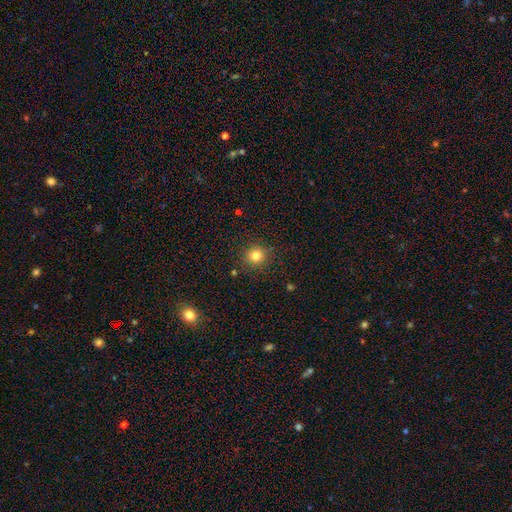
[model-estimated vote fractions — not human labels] Overall: smooth (81%). How rounded: round (92%). Merging: none (90%).